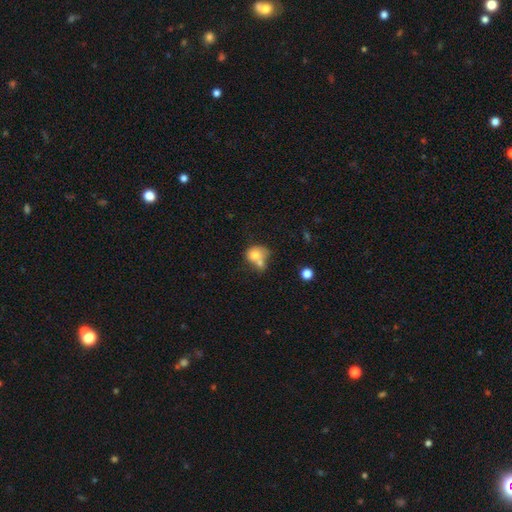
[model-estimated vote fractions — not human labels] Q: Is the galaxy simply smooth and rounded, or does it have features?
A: smooth — 74%.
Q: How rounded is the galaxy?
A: round — 61%.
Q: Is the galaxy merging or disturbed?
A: merger — 54%.